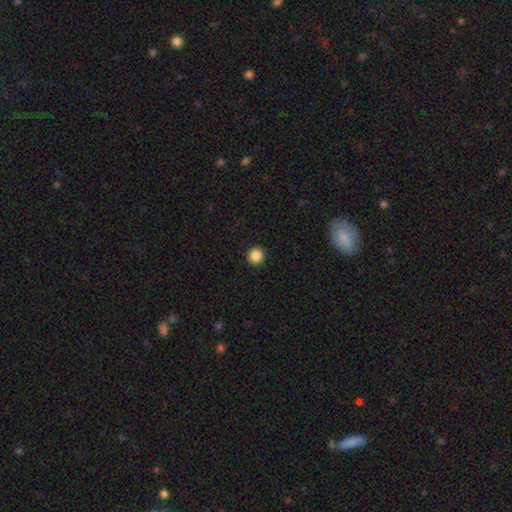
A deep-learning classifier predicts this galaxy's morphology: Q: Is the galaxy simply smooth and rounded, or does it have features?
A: smooth — 86%.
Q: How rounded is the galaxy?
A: round — 96%.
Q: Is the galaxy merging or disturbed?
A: none — 94%.